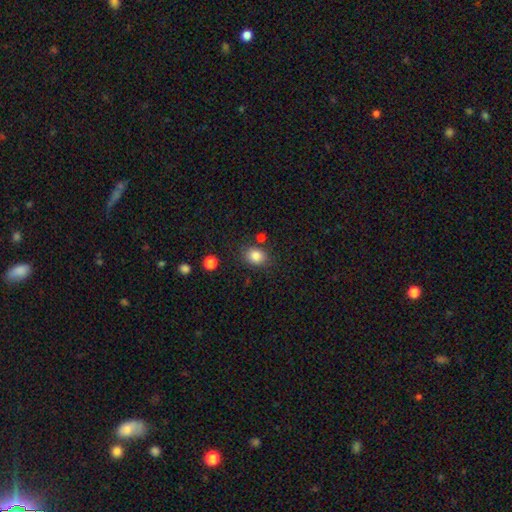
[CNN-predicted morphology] This is clearly a smooth galaxy (85%). How rounded: possibly round (53%). Merging: likely none (79%).